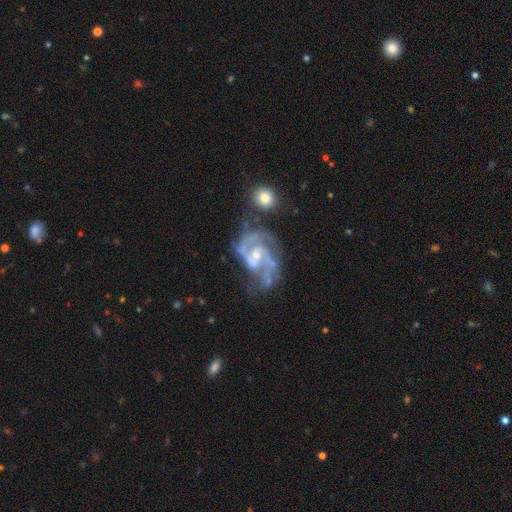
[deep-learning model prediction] This appears to be a featured or disk galaxy (88%) with no bar (45%), 2 (59%) medium (54%) spiral arms (95%) and a small central bulge (58%). Merging: none (44%).